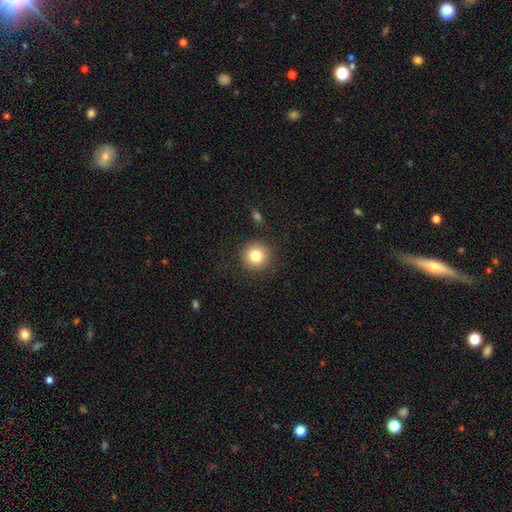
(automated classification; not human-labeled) Morphology: type=smooth (82%); roundness=round (94%); merging=none (89%).